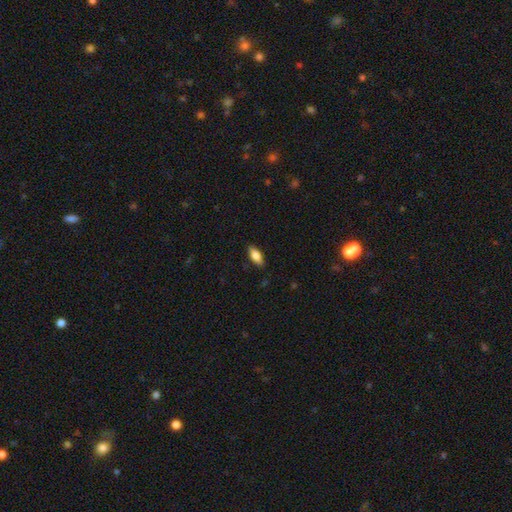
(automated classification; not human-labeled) The model was most divided on "how rounded": in between: 82%, cigar-shaped: 16%, round: 2%. More confident: merging — none (87%); smooth or featured — smooth (81%).